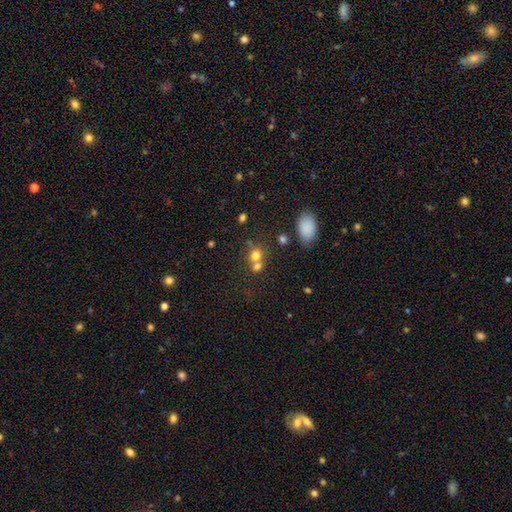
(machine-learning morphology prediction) A smooth galaxy with no disk features (72%) that is round (78%). Merging: merger (45%).